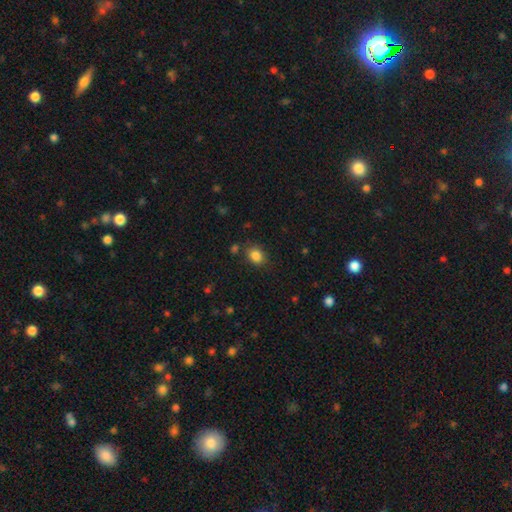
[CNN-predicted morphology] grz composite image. It shows a smooth galaxy with no disk features (85%) that is in between round and cigar-shaped (54%). Merging: none (78%).